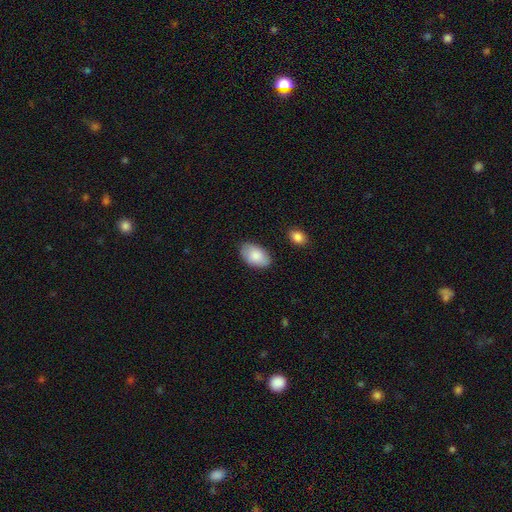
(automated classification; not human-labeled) A smooth galaxy with no disk features (86%) that is in between round and cigar-shaped (94%). Merging: none (82%).